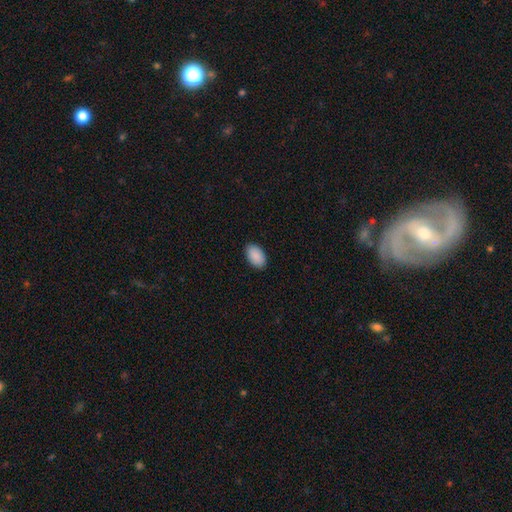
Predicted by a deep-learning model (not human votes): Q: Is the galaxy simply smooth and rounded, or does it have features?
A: smooth — 91%.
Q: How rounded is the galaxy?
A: in between — 94%.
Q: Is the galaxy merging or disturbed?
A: none — 89%.